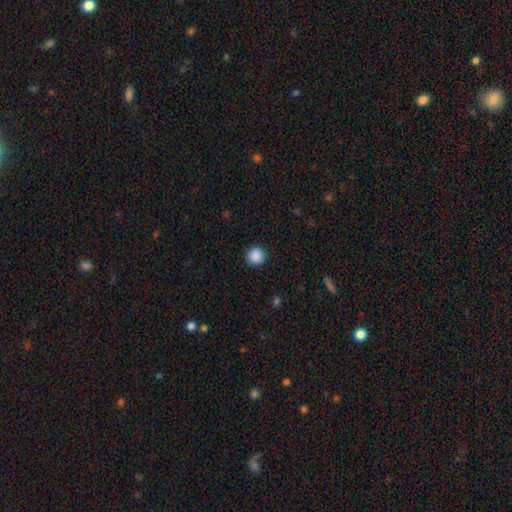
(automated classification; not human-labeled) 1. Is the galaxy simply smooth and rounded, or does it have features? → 89% smooth, 9% star or artifact, 3% featured or disk.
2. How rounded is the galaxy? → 94% round, 5% in between, 1% cigar-shaped.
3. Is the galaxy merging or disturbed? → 91% none, 6% minor disturbance, 2% major disturbance, 1% merger.